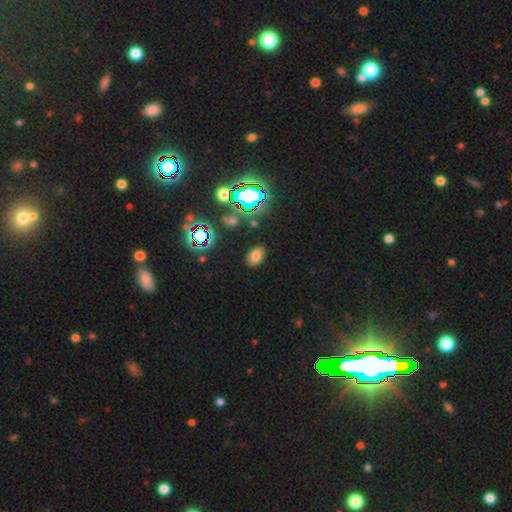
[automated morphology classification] type=smooth (69%); roundness=in between (86%); merging=none (86%).